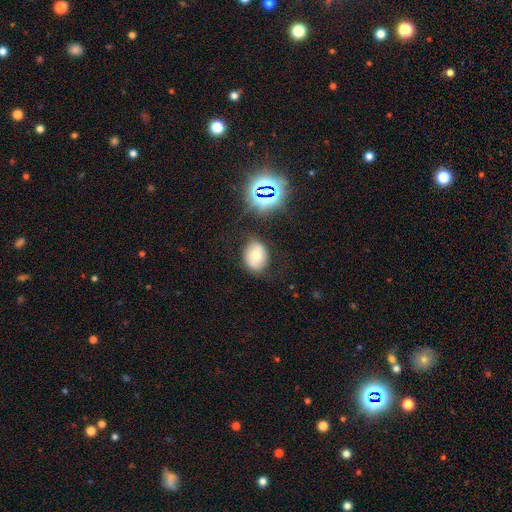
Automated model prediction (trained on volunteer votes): Smooth or featured? smooth (62%)
How rounded? in between (60%)
Merging? none (76%)